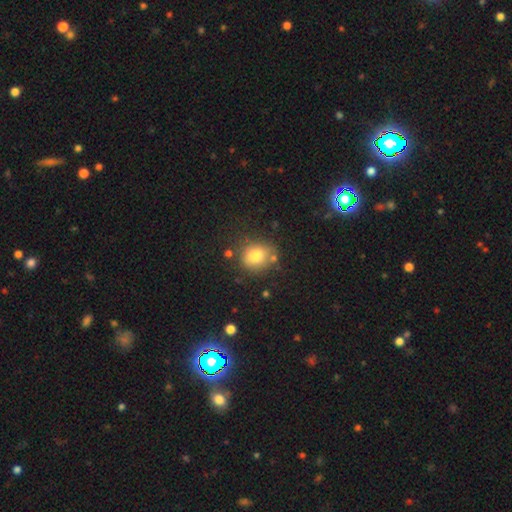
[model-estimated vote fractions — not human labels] Q: Smooth or featured?
A: smooth (79%); runner-up: star or artifact (11%)
Q: How rounded?
A: round (74%); runner-up: in between (25%)
Q: Merging?
A: none (73%); runner-up: minor disturbance (15%)